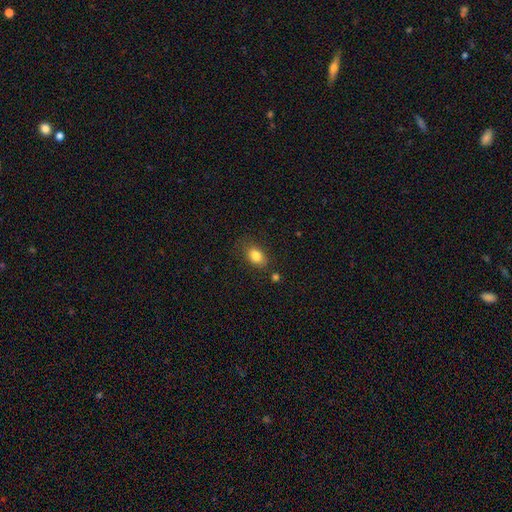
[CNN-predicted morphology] Overall: smooth (83%). How rounded: in between (84%). Merging: none (75%).